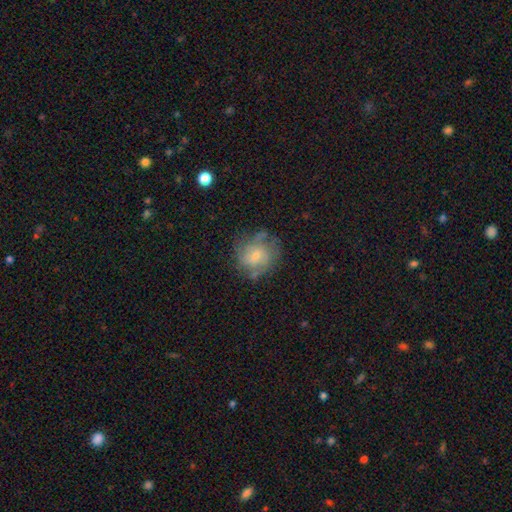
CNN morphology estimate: smooth_or_featured: featured or disk (p=0.52) [alt: smooth p=0.39]
disk_edge_on: no (p=0.98) [alt: yes p=0.02]
bar: no (p=0.66) [alt: weak p=0.30]
has_spiral_arms: yes (p=0.71) [alt: no p=0.29]
bulge_size: small (p=0.52) [alt: moderate p=0.34]
merging: none (p=0.55) [alt: minor disturbance p=0.25]